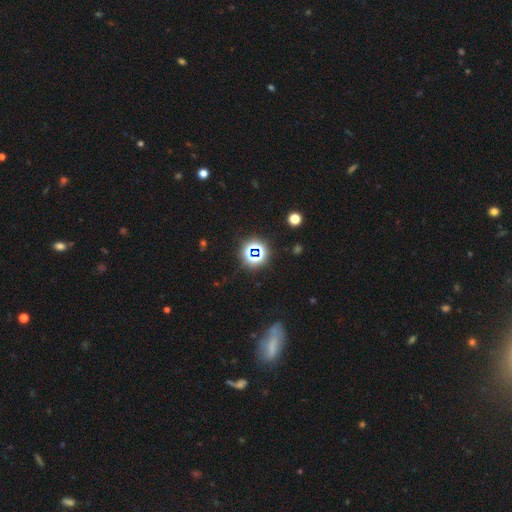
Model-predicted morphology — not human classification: Q: Smooth or featured?
A: star or artifact (71%); runner-up: smooth (20%)